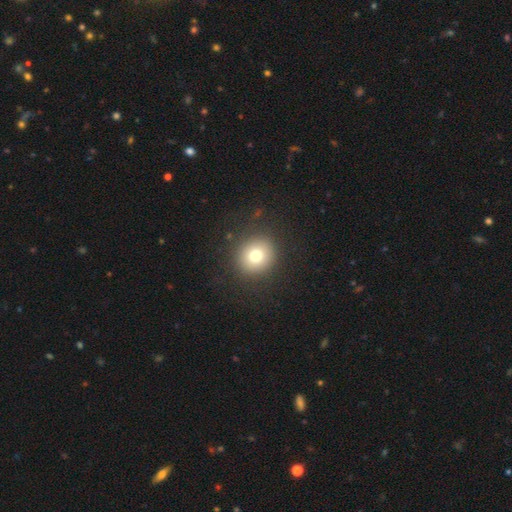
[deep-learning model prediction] Morphology: type=smooth (76%); roundness=round (87%); merging=none (89%).